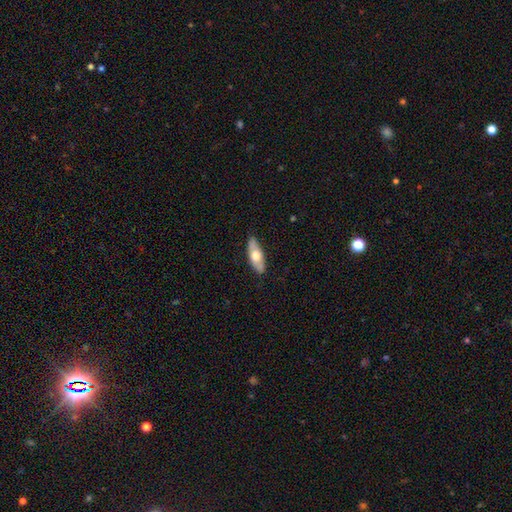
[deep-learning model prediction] Smooth or featured? Predicted: smooth (p=0.56). How rounded? Predicted: in between (p=0.71). Merging? Predicted: none (p=0.86).